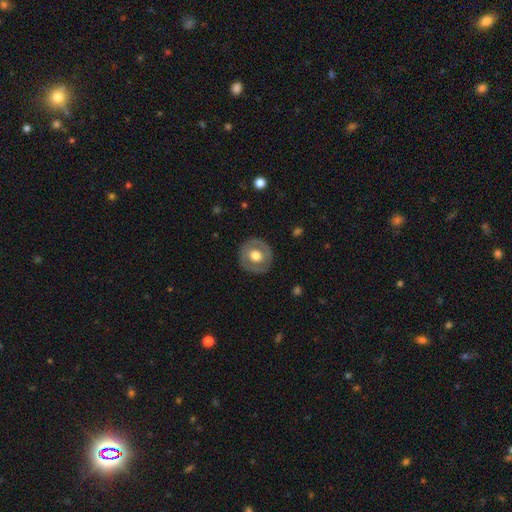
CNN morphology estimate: Smooth or featured: smooth — 50% (featured or disk — 44%)
How rounded: round — 87% (in between — 12%)
Merging: none — 86% (minor disturbance — 10%)